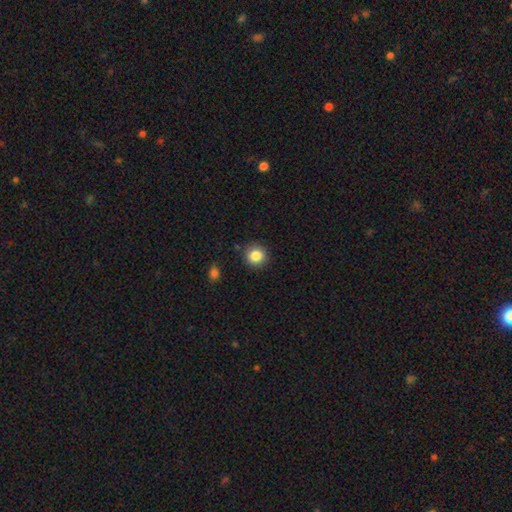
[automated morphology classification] Smooth or featured: smooth — 84% (star or artifact — 10%)
How rounded: round — 92% (in between — 7%)
Merging: none — 88% (minor disturbance — 8%)